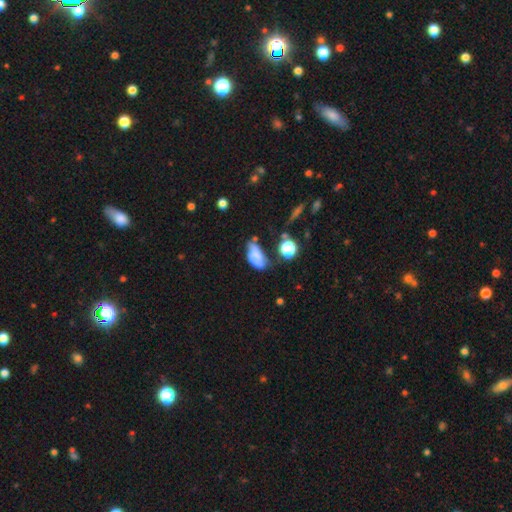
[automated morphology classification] Smooth or featured: smooth — 64% (featured or disk — 24%)
How rounded: in between — 89% (round — 7%)
Merging: minor disturbance — 37% (tied with none — 37%)